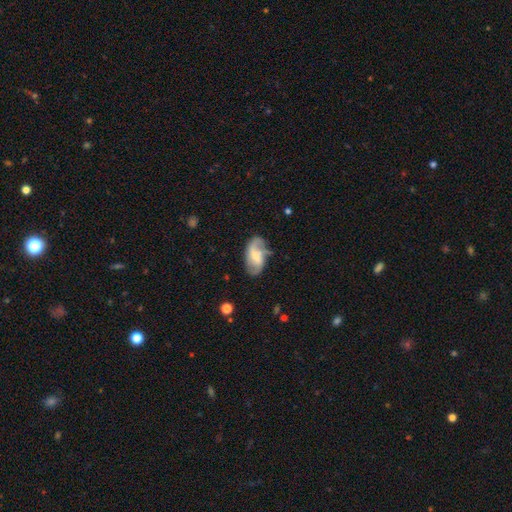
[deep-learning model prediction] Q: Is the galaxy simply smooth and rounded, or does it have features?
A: featured or disk — 70%.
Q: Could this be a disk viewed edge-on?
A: no — 96%.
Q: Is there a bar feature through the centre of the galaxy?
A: weak — 49%.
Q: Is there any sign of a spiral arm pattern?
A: yes — 90%.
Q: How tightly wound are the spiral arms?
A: loose — 47%.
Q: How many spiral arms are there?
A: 2 — 69%.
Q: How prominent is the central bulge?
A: small — 51%.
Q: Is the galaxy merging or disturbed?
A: none — 57%.